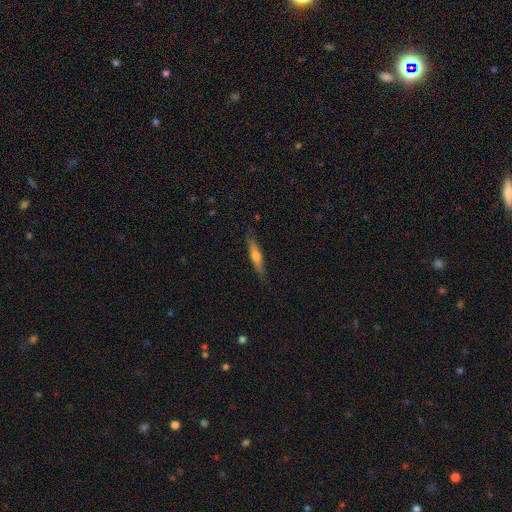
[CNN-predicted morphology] This is possibly a smooth galaxy (50%). How rounded: clearly cigar-shaped (87%). Merging: clearly none (84%).